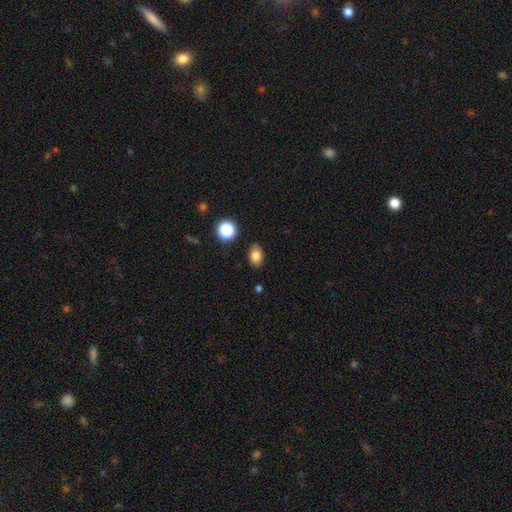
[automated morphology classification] Smooth or featured: smooth — 81% (star or artifact — 11%)
How rounded: in between — 78% (round — 21%)
Merging: none — 86% (minor disturbance — 10%)